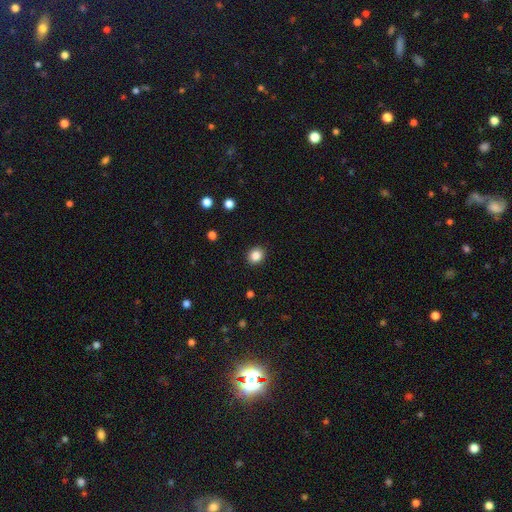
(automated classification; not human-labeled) The model was most divided on "how rounded": round: 76%, in between: 24%, cigar-shaped: 1%. More confident: merging — none (91%); smooth or featured — smooth (85%).